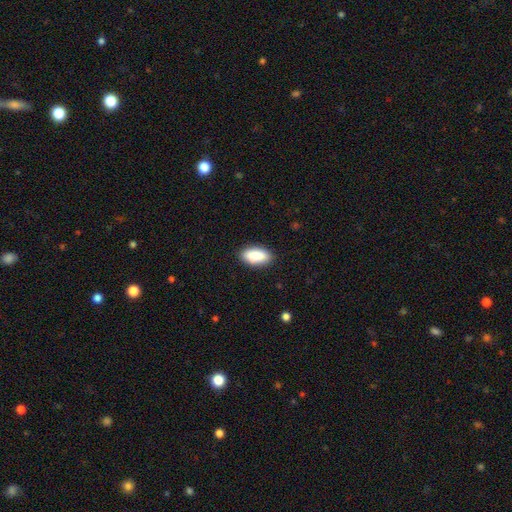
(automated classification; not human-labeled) Smooth or featured: smooth — 88% (star or artifact — 6%)
How rounded: in between — 92% (cigar-shaped — 5%)
Merging: none — 88% (minor disturbance — 9%)